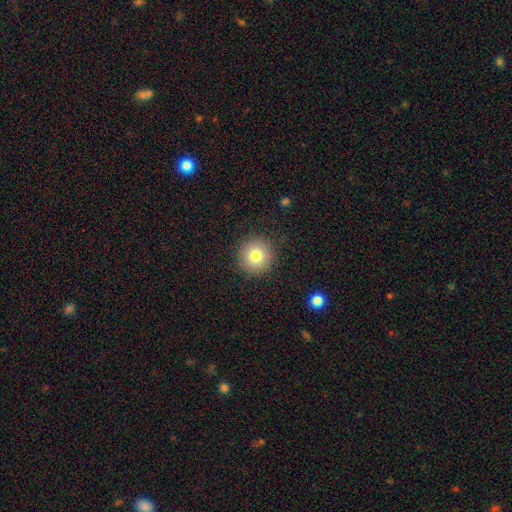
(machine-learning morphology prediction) A smooth galaxy with no disk features (79%) that is round (95%). Merging: none (90%).